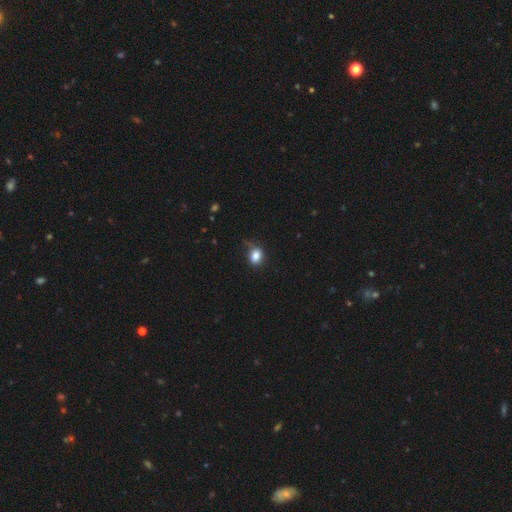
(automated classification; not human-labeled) Smooth or featured? Predicted: smooth (p=0.83). How rounded? Predicted: in between (p=0.57). Merging? Predicted: none (p=0.56).